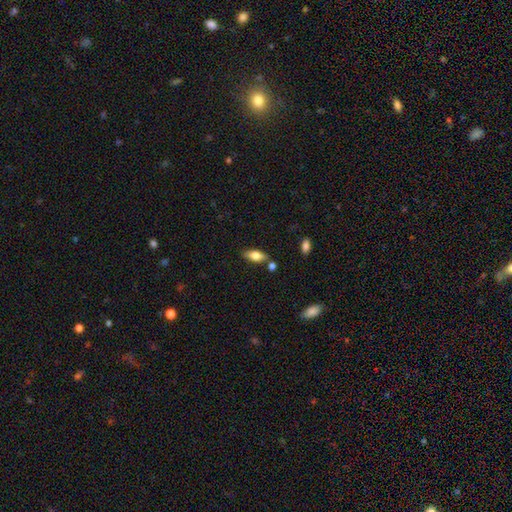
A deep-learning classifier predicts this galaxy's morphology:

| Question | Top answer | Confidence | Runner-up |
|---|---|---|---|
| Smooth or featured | smooth | 71% | featured or disk (22%) |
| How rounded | in between | 80% | cigar-shaped (17%) |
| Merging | none | 79% | minor disturbance (12%) |